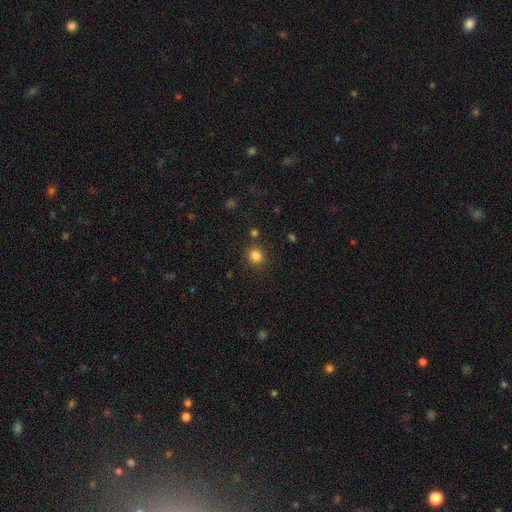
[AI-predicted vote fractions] smooth-or-featured: smooth: 83% | star or artifact: 13% | featured or disk: 4%
  how-rounded: round: 85% | in between: 14% | cigar-shaped: 1%
  merging: none: 85% | minor disturbance: 8% | merger: 4% | major disturbance: 3%